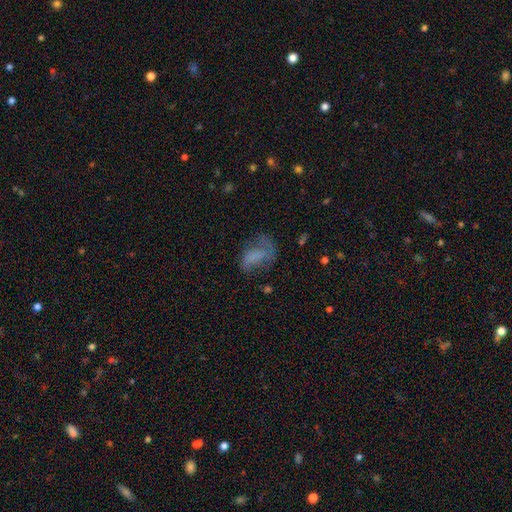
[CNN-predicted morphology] The model was most divided on "merging": major disturbance: 38%, none: 34%, minor disturbance: 24%, merger: 4%. Remaining: smooth or featured — smooth (48%).